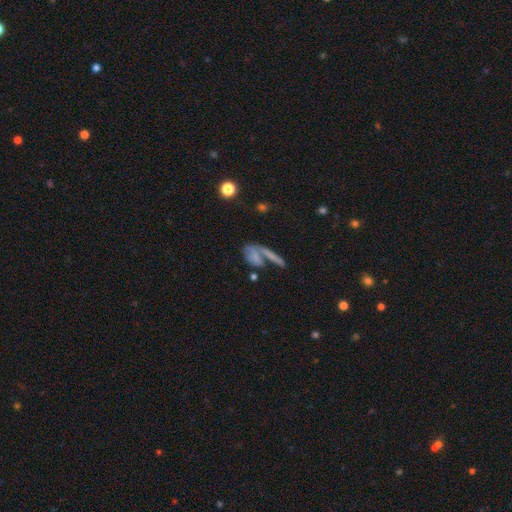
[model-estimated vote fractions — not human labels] A smooth galaxy with no disk features (60%) that is in between round and cigar-shaped (59%).

Vote fractions:
- Smooth or featured? smooth: 60% / featured or disk: 29% / star or artifact: 11%
- How rounded? in between: 59% / cigar-shaped: 30% / round: 11%
- Merging? merger: 44% / none: 33% / minor disturbance: 12% / major disturbance: 10%